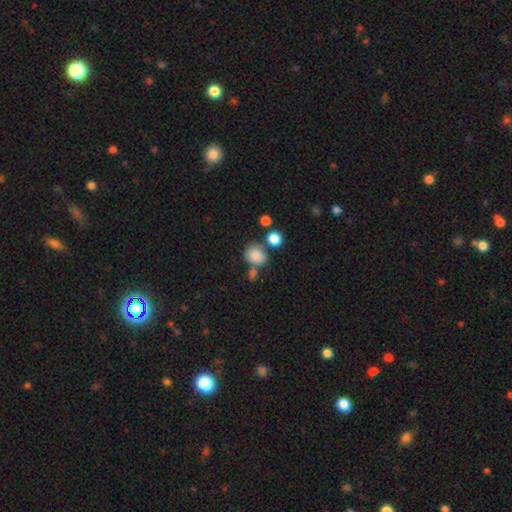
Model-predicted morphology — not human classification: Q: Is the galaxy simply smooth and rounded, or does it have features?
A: smooth — 83%.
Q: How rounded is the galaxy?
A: round — 61%.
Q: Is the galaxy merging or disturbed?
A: none — 53%.